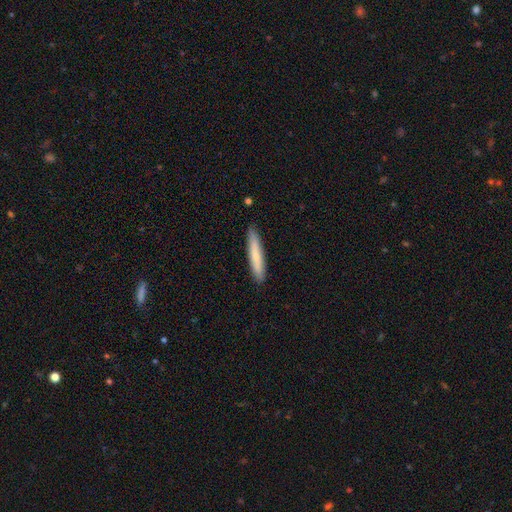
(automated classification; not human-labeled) Overall: smooth (76%). How rounded: cigar-shaped (93%). Merging: none (89%).